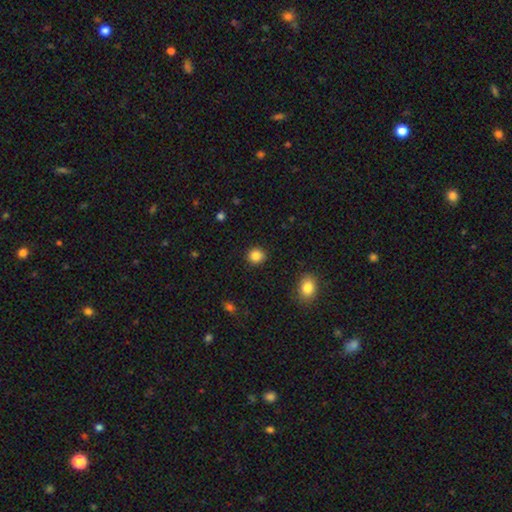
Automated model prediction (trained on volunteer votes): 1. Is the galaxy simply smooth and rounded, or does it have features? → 86% smooth, 10% star or artifact, 4% featured or disk.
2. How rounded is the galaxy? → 87% round, 12% in between, 1% cigar-shaped.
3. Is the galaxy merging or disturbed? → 91% none, 6% minor disturbance, 2% major disturbance, 1% merger.